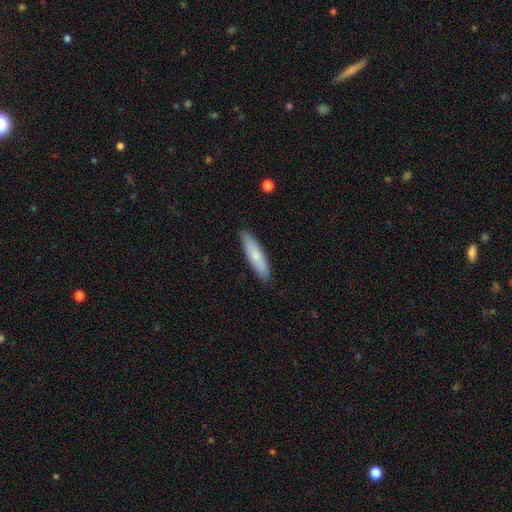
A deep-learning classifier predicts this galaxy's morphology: This is likely a smooth galaxy (74%). How rounded: likely cigar-shaped (76%). Merging: clearly none (89%).